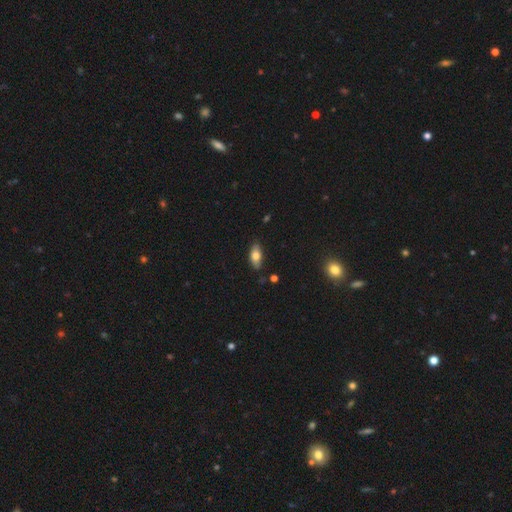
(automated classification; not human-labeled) A smooth galaxy with no disk features (74%) that is in between round and cigar-shaped (86%).

Vote fractions:
- Smooth or featured? smooth: 74% / featured or disk: 19% / star or artifact: 7%
- How rounded? in between: 86% / cigar-shaped: 11% / round: 3%
- Merging? none: 81% / minor disturbance: 15% / major disturbance: 2% / merger: 2%